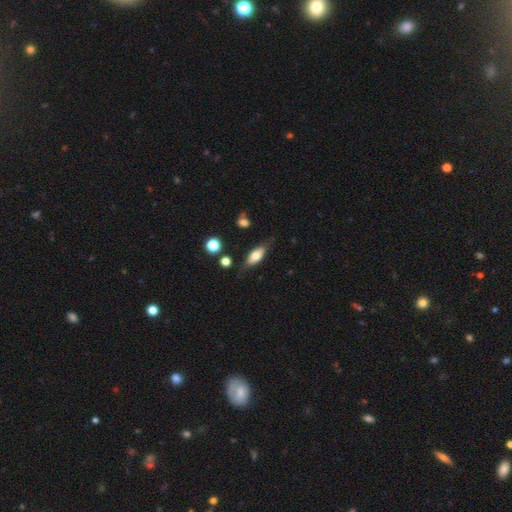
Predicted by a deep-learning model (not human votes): This is likely a smooth galaxy (65%). How rounded: likely in between (74%). Merging: likely none (75%).